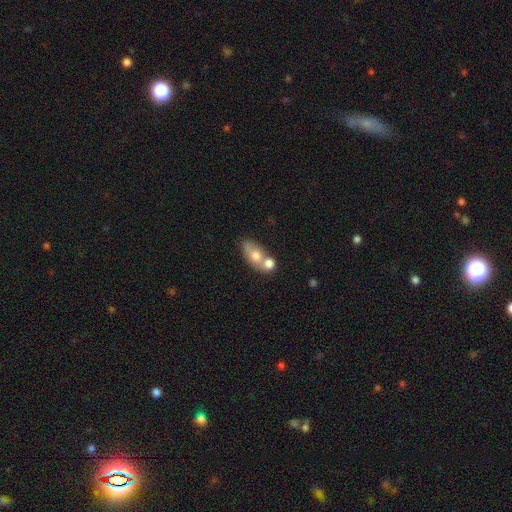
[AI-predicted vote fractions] Q: Smooth or featured?
A: smooth (67%); runner-up: featured or disk (26%)
Q: How rounded?
A: in between (79%); runner-up: round (16%)
Q: Merging?
A: merger (54%); runner-up: none (30%)